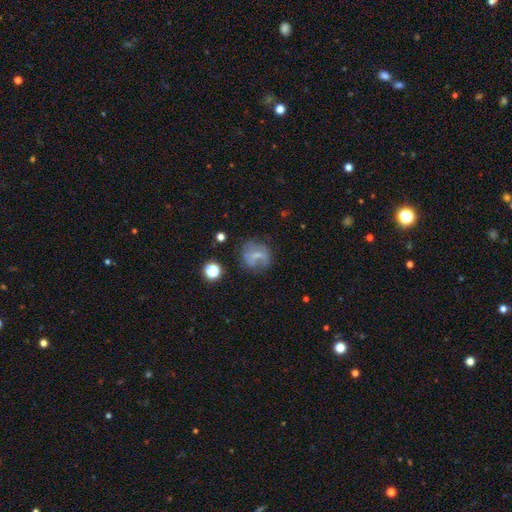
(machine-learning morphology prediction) A smooth galaxy with no disk features (44%). Merging: none (54%).